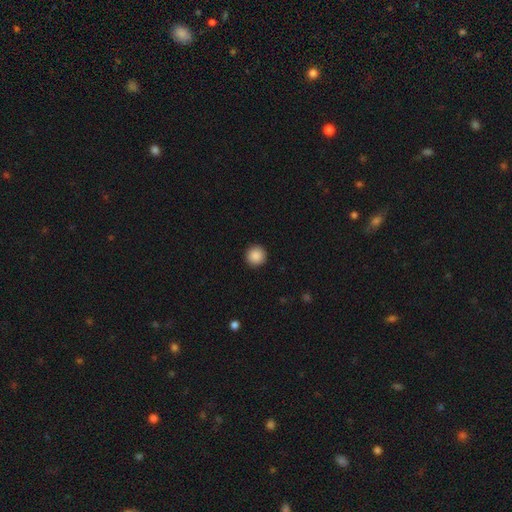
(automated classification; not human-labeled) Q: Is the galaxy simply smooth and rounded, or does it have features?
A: smooth — 89%.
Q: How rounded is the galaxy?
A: round — 95%.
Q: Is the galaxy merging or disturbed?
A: none — 93%.